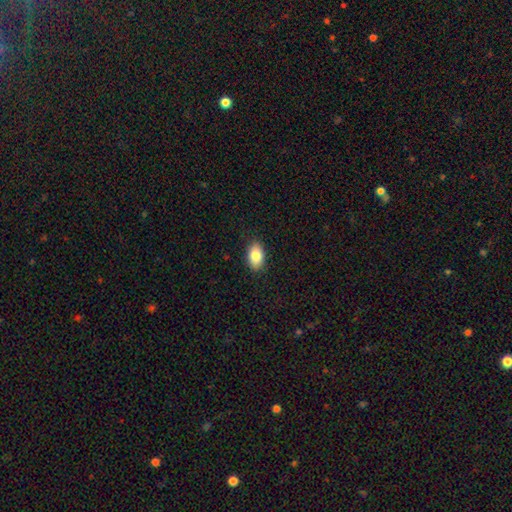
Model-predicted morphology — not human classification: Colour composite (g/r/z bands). It shows a smooth galaxy with no disk features (84%) that is in between round and cigar-shaped (90%). Merging: none (88%).